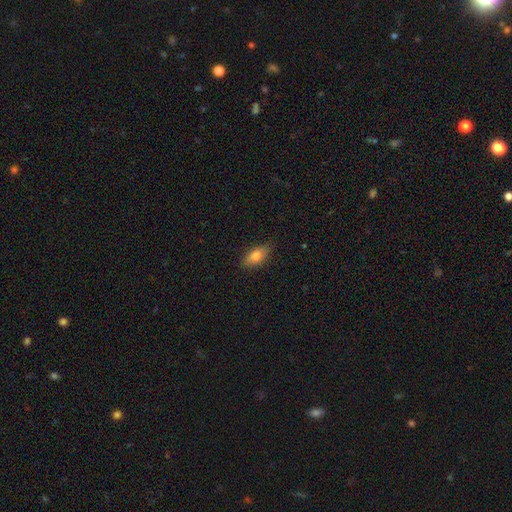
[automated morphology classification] Smooth or featured? Predicted: smooth (p=0.78). How rounded? Predicted: in between (p=0.81). Merging? Predicted: none (p=0.82).